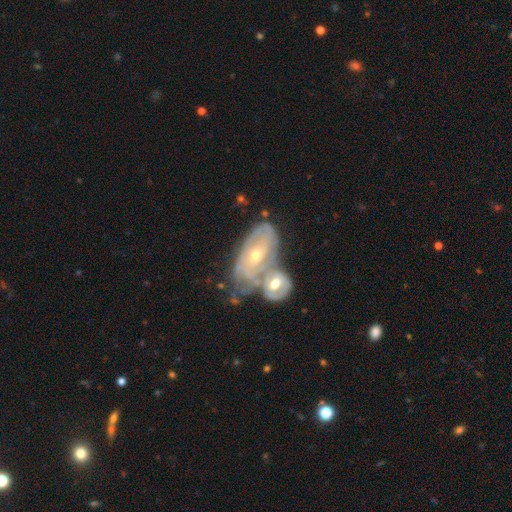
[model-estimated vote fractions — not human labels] A featured or disk galaxy (79%) with no bar (67%), tight (73%) spiral arms (84%) and a small central bulge (49%). Merging: merger (57%).